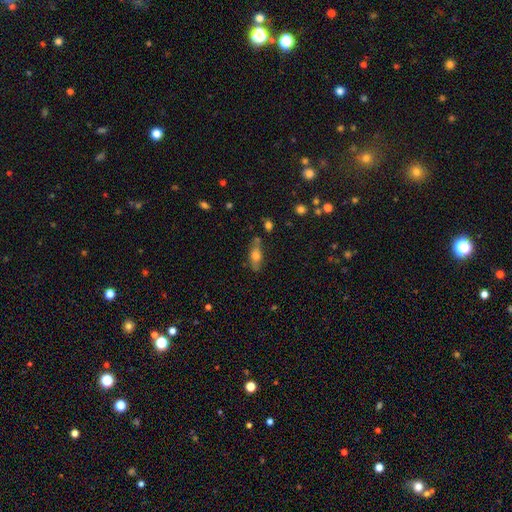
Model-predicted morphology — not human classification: smooth 56%, featured or disk 36%, star or artifact 8%. Down the decision tree: how rounded — in between (62%); merging — none (70%).